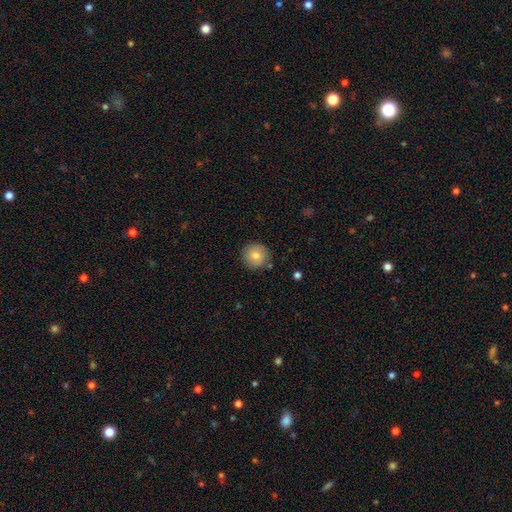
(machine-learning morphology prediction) A smooth galaxy with no disk features (81%) that is round (93%).

Vote fractions:
- Smooth or featured? smooth: 81% / featured or disk: 11% / star or artifact: 8%
- How rounded? round: 93% / in between: 6% / cigar-shaped: 1%
- Merging? none: 86% / minor disturbance: 10% / major disturbance: 2% / merger: 2%